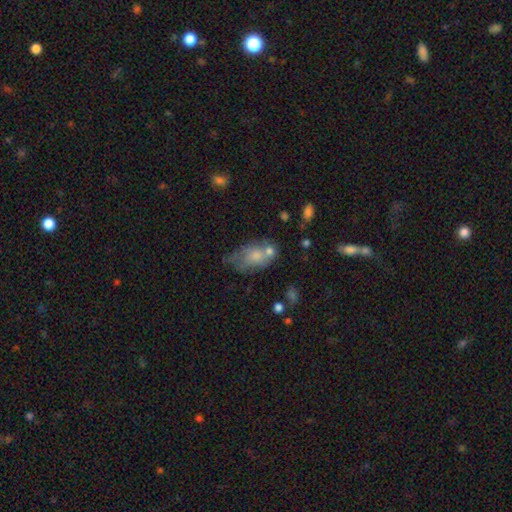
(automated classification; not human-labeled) A smooth galaxy with no disk features (67%) that is in between round and cigar-shaped (86%). Merging: none (32%).